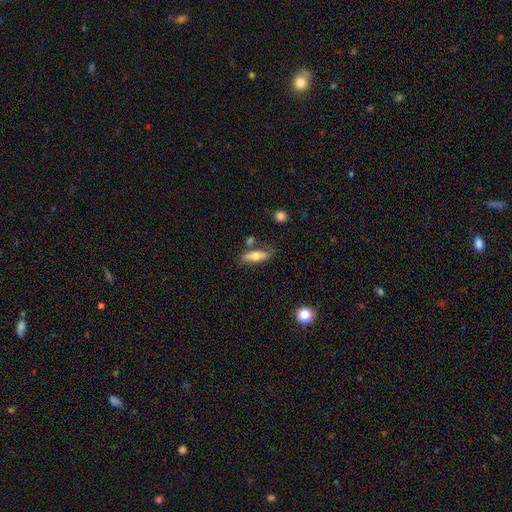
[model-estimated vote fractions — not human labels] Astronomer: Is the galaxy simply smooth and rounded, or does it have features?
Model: smooth — 68%.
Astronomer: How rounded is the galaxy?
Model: in between — 61% (runner-up: cigar-shaped, 36%).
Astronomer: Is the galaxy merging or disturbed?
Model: none — 65%.